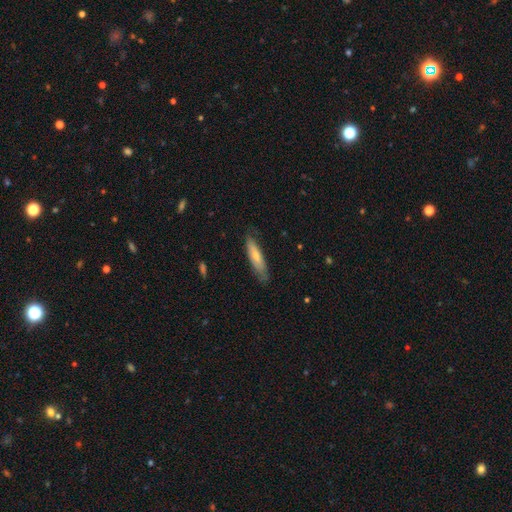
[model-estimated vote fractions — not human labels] Smooth or featured? Predicted: smooth (p=0.64). How rounded? Predicted: cigar-shaped (p=0.72). Merging? Predicted: none (p=0.76).